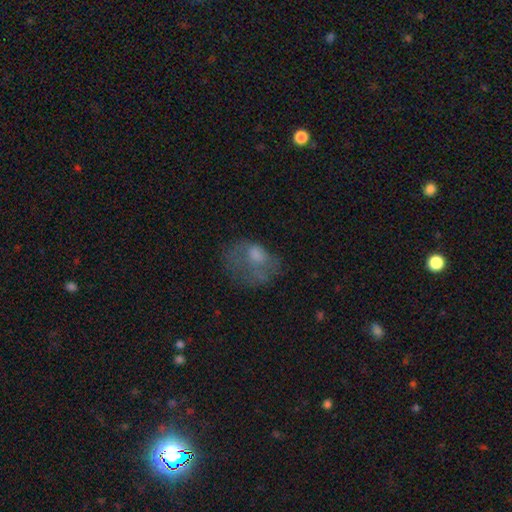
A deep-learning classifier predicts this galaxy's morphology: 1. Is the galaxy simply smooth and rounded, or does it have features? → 52% smooth, 33% featured or disk, 15% star or artifact.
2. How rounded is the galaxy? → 65% in between, 34% round, 1% cigar-shaped.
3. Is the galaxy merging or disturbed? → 39% major disturbance, 35% none, 23% minor disturbance, 3% merger.